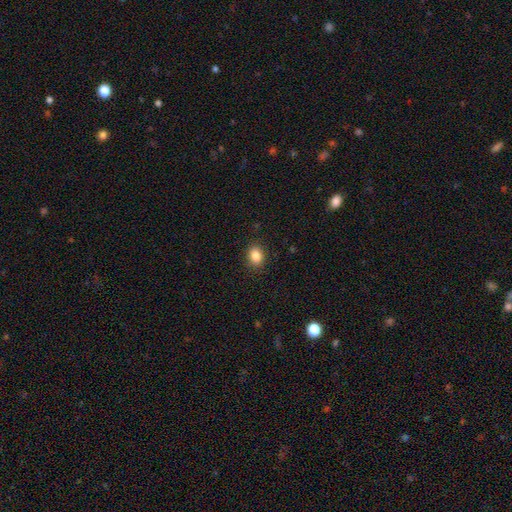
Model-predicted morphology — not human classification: A smooth galaxy with no disk features (85%) that is in between round and cigar-shaped (56%). Merging: none (89%).